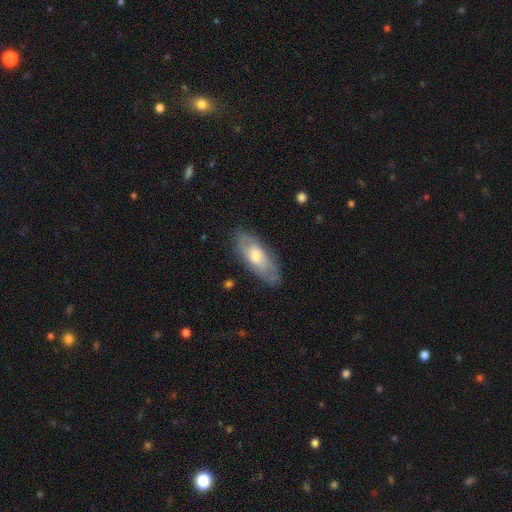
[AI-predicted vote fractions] Q: Smooth or featured?
A: smooth (51%); runner-up: featured or disk (43%)
Q: How rounded?
A: in between (78%); runner-up: cigar-shaped (20%)
Q: Merging?
A: none (79%); runner-up: minor disturbance (16%)